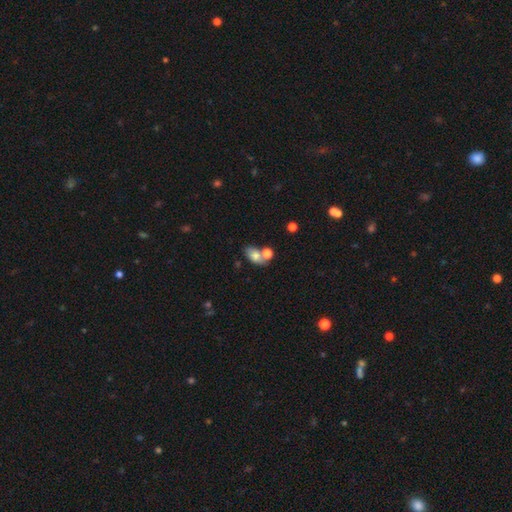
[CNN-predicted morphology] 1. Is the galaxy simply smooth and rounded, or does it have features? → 75% smooth, 15% featured or disk, 10% star or artifact.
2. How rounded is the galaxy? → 82% in between, 16% round, 2% cigar-shaped.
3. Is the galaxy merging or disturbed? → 46% none, 35% merger, 14% minor disturbance, 6% major disturbance.